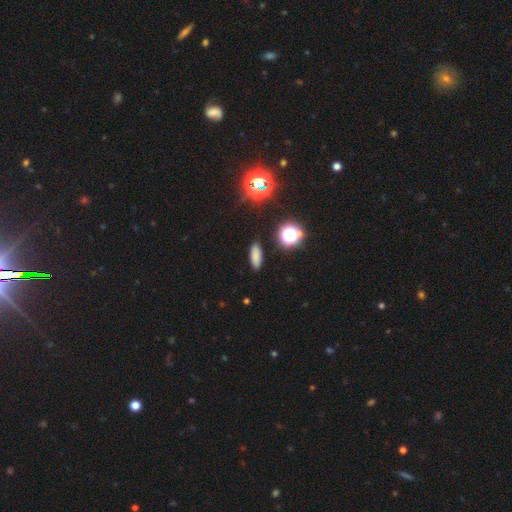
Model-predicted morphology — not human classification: Smooth or featured: smooth — 75% (star or artifact — 18%)
How rounded: in between — 61% (cigar-shaped — 33%)
Merging: none — 89% (minor disturbance — 8%)